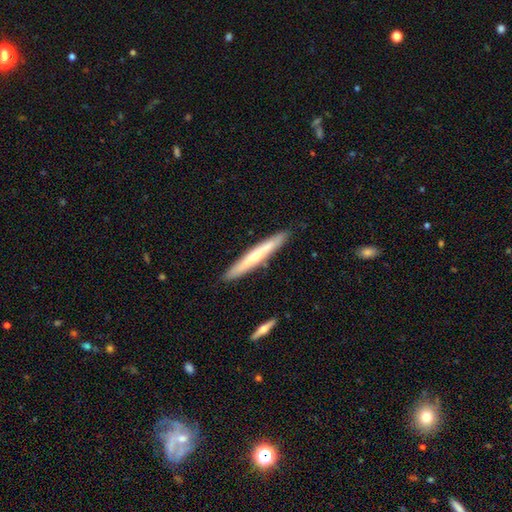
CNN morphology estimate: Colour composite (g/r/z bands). It shows a featured or disk galaxy (50%). Merging: none (88%).